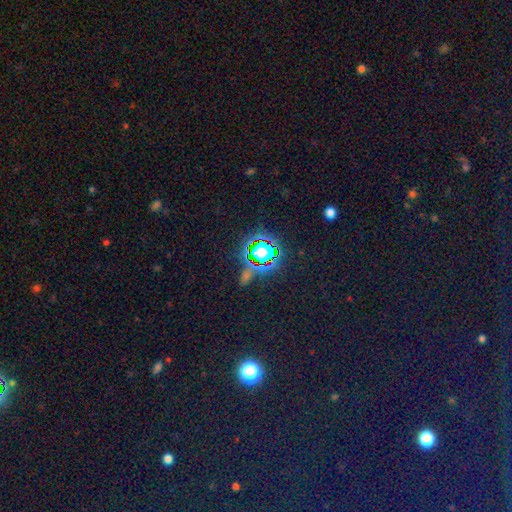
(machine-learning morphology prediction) A star or artifact, not a galaxy (78%).

Vote fractions:
- Smooth or featured? star or artifact: 78% / smooth: 14% / featured or disk: 8%